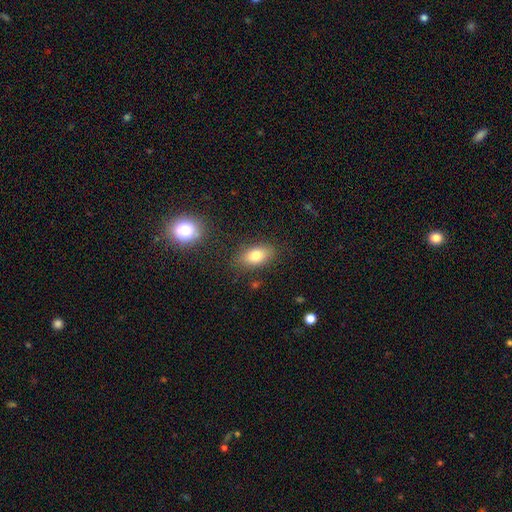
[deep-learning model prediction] Morphology: type=smooth (79%); roundness=in between (87%); merging=none (83%).